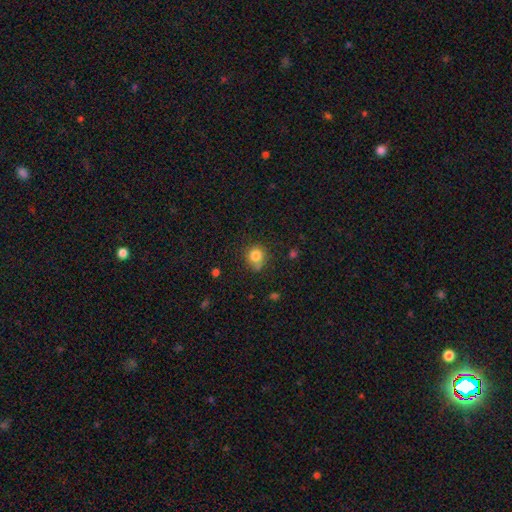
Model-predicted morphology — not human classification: The model was most divided on "merging": none: 66%, minor disturbance: 22%, merger: 6%, major disturbance: 6%. More confident: how rounded — round (85%); smooth or featured — smooth (82%).